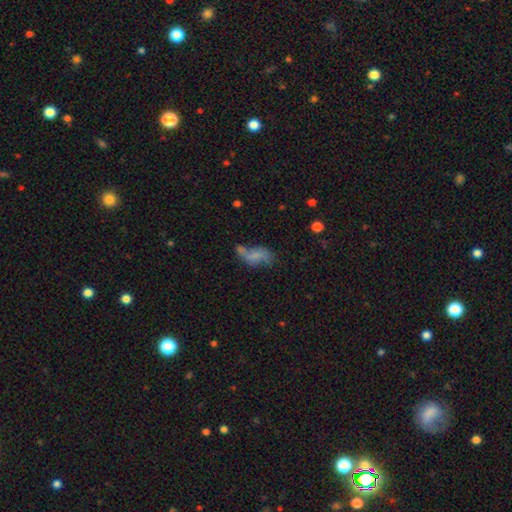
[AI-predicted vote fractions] Morphology: type=smooth (48%); merging=none (30%).